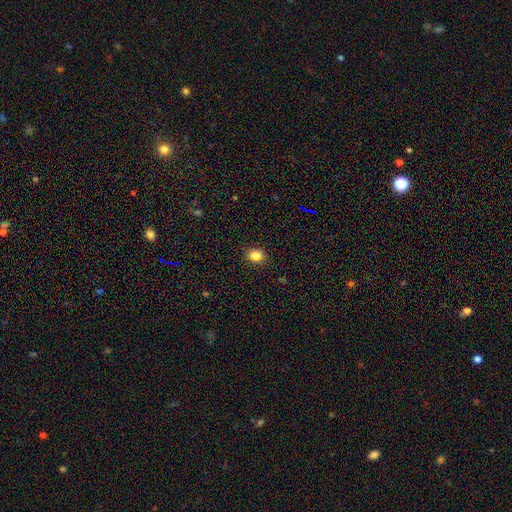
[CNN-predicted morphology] A smooth galaxy with no disk features (83%) that is round (57%). Merging: none (89%).